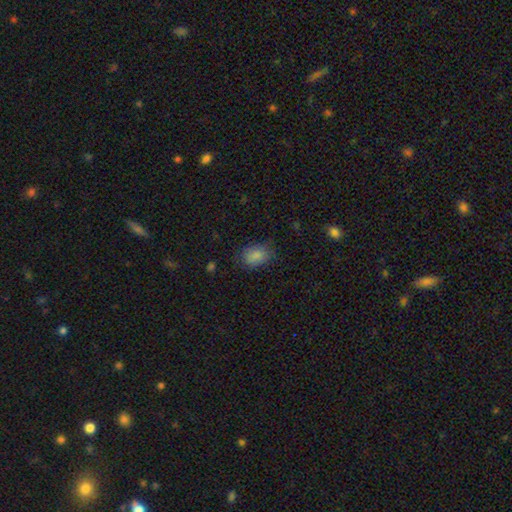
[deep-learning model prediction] The model was most divided on "merging": none: 73%, minor disturbance: 20%, major disturbance: 6%, merger: 1%. More confident: smooth or featured — smooth (85%); how rounded — in between (78%).